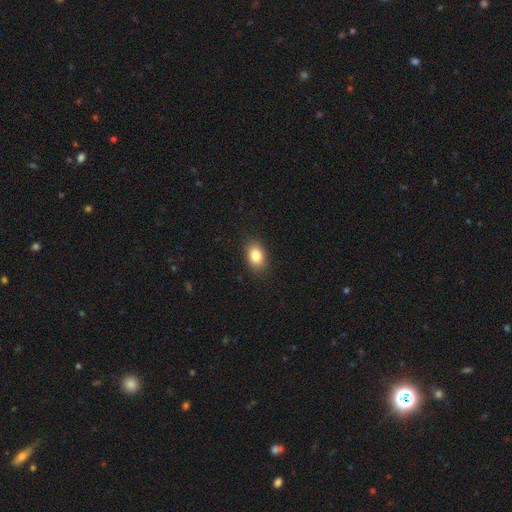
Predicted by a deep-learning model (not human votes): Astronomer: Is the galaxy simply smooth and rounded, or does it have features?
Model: smooth — 83%.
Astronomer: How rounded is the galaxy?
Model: in between — 80%.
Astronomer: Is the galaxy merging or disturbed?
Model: none — 88%.